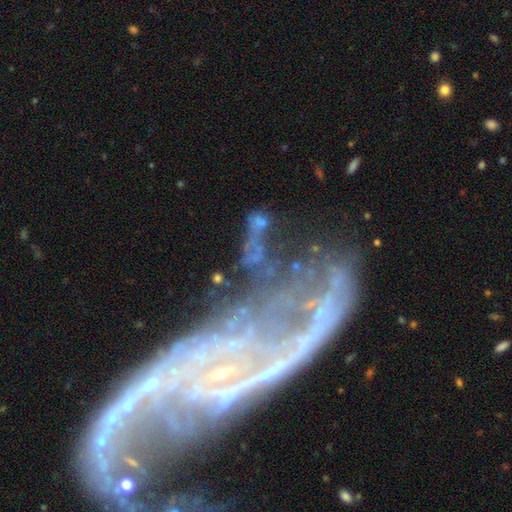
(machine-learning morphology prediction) Q: Smooth or featured?
A: featured or disk (46%); runner-up: star or artifact (30%)
Q: Merging?
A: none (40%); runner-up: major disturbance (25%)